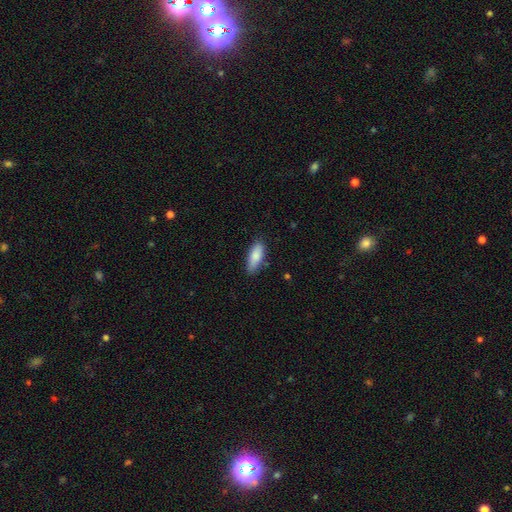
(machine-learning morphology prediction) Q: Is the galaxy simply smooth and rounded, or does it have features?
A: smooth — 84%.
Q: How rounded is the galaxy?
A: in between — 69%.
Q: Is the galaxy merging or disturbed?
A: none — 78%.